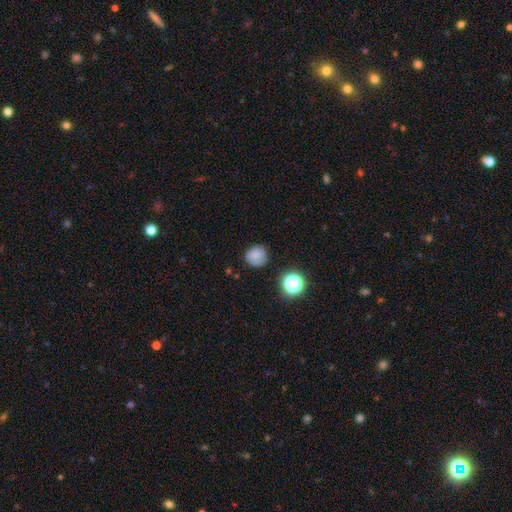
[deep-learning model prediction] This is likely a smooth galaxy (74%). How rounded: clearly round (88%). Merging: likely none (76%).